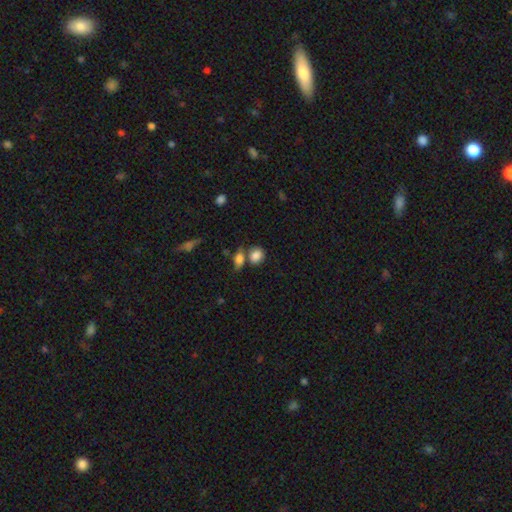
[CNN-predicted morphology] Overall: smooth (85%). How rounded: round (52%; in between 46%). Merging: none (51%; merger 30%).